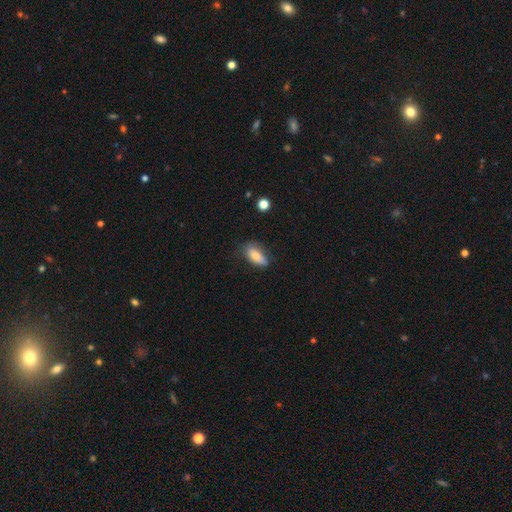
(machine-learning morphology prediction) The model was most divided on "merging": none: 67%, minor disturbance: 26%, major disturbance: 6%, merger: 2%. More confident: how rounded — in between (84%); smooth or featured — smooth (77%).